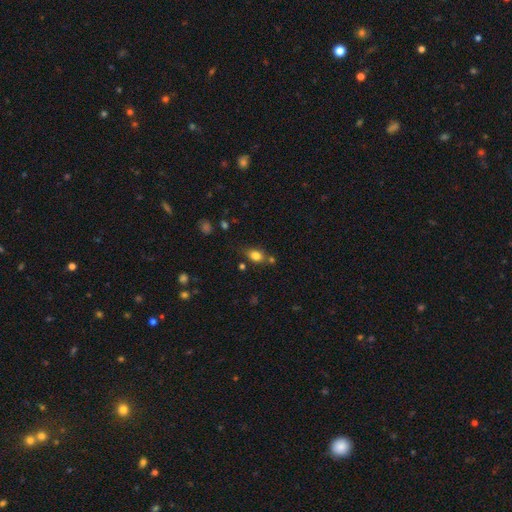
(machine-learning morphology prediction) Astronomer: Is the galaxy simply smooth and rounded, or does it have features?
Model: smooth — 81%.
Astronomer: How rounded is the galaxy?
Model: in between — 73%.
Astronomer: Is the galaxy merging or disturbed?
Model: none — 67%.